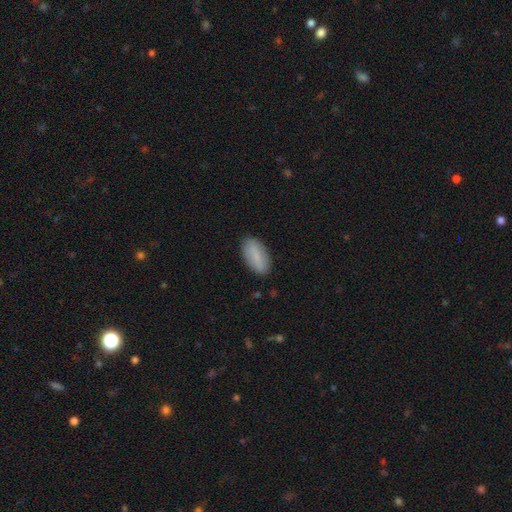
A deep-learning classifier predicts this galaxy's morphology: A smooth galaxy with no disk features (77%) that is in between round and cigar-shaped (91%). Merging: none (86%).